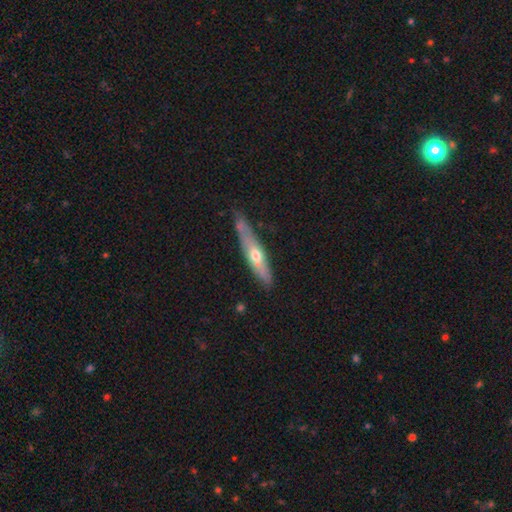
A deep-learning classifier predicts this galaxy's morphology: featured or disk 51%, smooth 43%, star or artifact 6%. Down the decision tree: edge-on disk — yes (71%); merging — none (72%).